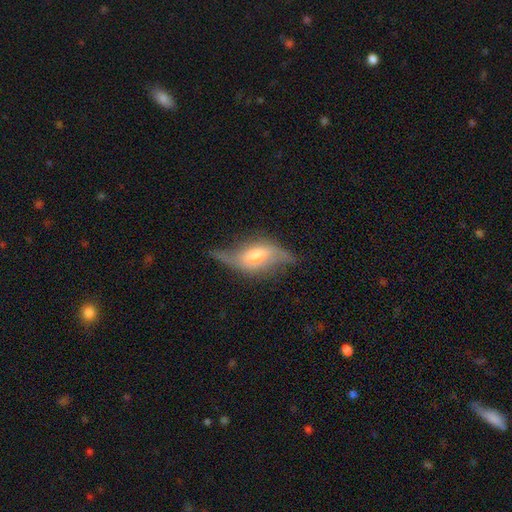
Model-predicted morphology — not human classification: A featured or disk galaxy (72%).

Vote fractions:
- Smooth or featured? featured or disk: 72% / smooth: 22% / star or artifact: 7%
- Edge-on disk? no: 66% / yes: 34%
- Merging? none: 50% / minor disturbance: 29% / major disturbance: 18% / merger: 3%